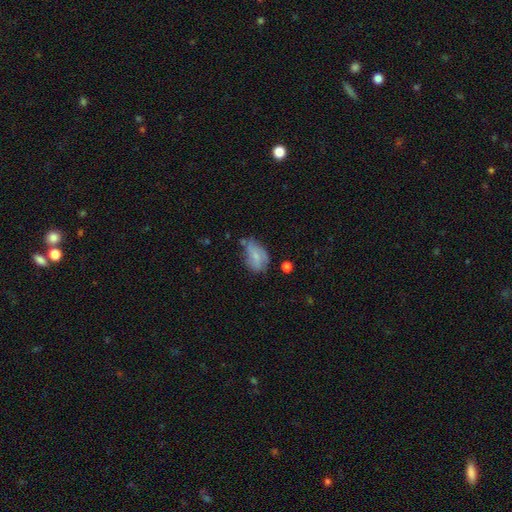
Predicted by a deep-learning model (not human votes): Smooth or featured?
  - smooth: 60% *
  - featured or disk: 31%
  - star or artifact: 9%
How rounded?
  - in between: 84% *
  - round: 13%
  - cigar-shaped: 3%
Merging?
  - none: 41% *
  - minor disturbance: 36%
  - major disturbance: 15%
  - merger: 7%